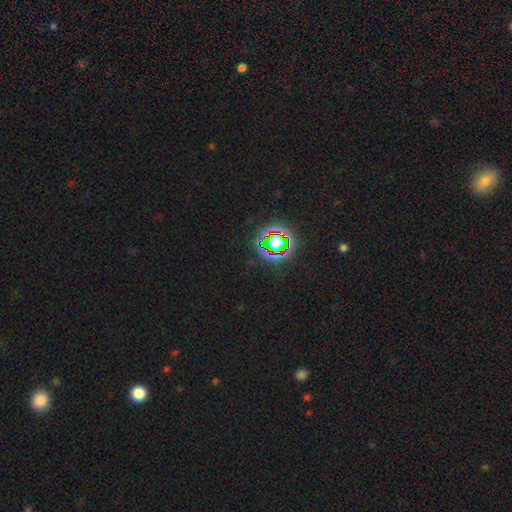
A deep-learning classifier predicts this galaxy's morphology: star or artifact 79%, smooth 14%, featured or disk 7%.